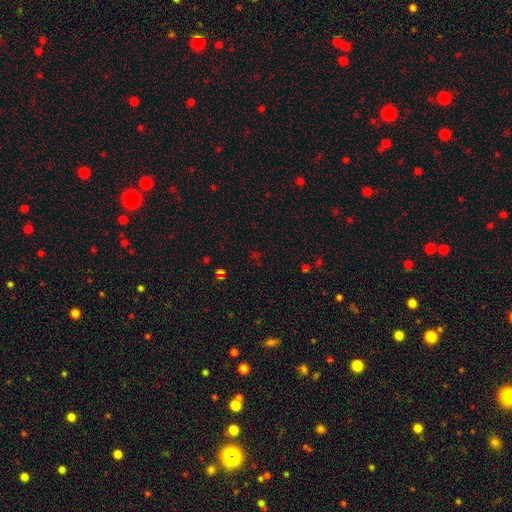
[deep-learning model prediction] A star or artifact, not a galaxy (63%).